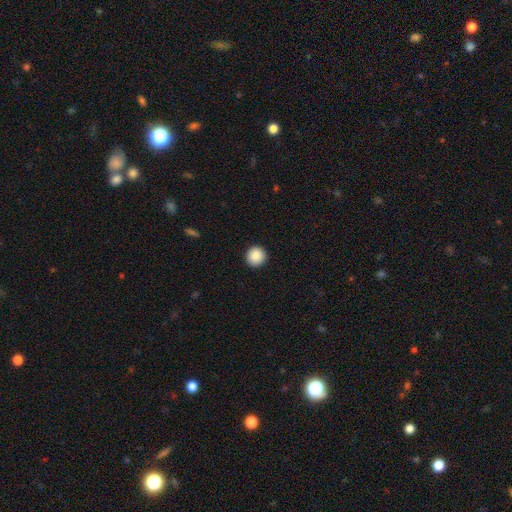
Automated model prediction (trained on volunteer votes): A smooth galaxy with no disk features (88%) that is round (94%).

Vote fractions:
- Smooth or featured? smooth: 88% / star or artifact: 8% / featured or disk: 4%
- How rounded? round: 94% / in between: 5% / cigar-shaped: 1%
- Merging? none: 93% / minor disturbance: 5% / major disturbance: 2% / merger: 1%